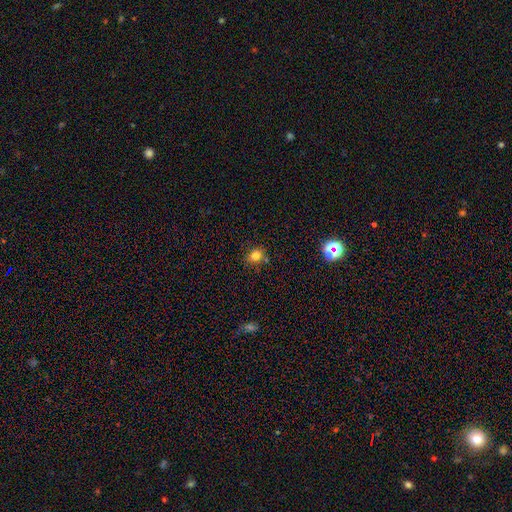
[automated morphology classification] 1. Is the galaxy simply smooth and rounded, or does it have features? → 79% smooth, 14% star or artifact, 7% featured or disk.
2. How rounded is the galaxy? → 62% round, 37% in between, 1% cigar-shaped.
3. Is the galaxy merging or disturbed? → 75% none, 14% minor disturbance, 7% merger, 3% major disturbance.